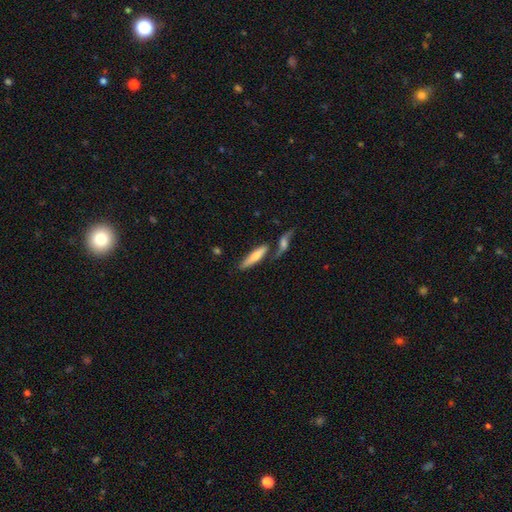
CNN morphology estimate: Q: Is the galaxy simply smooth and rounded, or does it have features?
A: smooth — 54%.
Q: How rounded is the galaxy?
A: cigar-shaped — 75%.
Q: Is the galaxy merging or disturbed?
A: none — 48%.